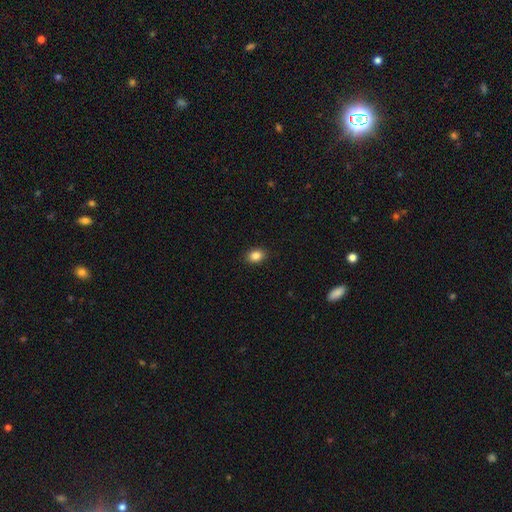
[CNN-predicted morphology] This is clearly a smooth galaxy (87%). How rounded: likely in between (67%). Merging: clearly none (90%).